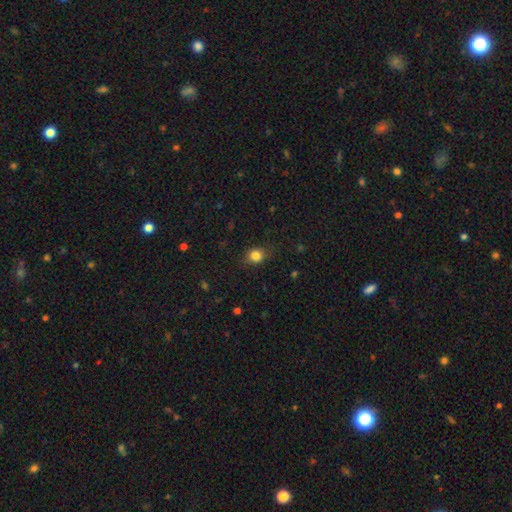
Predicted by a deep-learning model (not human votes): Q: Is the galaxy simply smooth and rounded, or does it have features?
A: smooth — 83%.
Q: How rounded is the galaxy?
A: round — 68%.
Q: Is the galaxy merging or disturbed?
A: none — 80%.